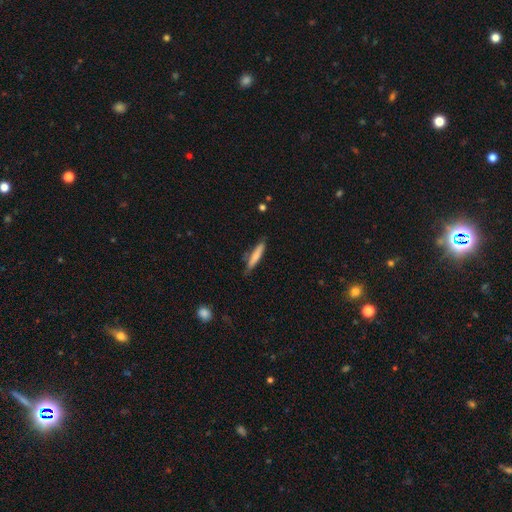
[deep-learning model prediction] smooth-or-featured: smooth: 76% | featured or disk: 18% | star or artifact: 6%
  how-rounded: cigar-shaped: 90% | in between: 9% | round: 1%
  merging: none: 76% | minor disturbance: 18% | major disturbance: 3% | merger: 3%